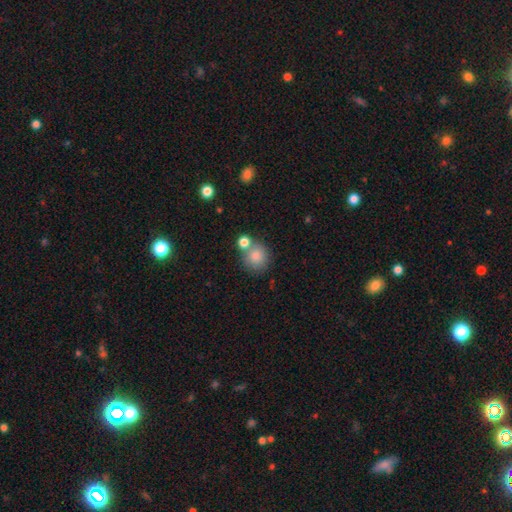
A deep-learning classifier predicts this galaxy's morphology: A smooth galaxy with no disk features (82%) that is round (86%). Merging: none (59%).